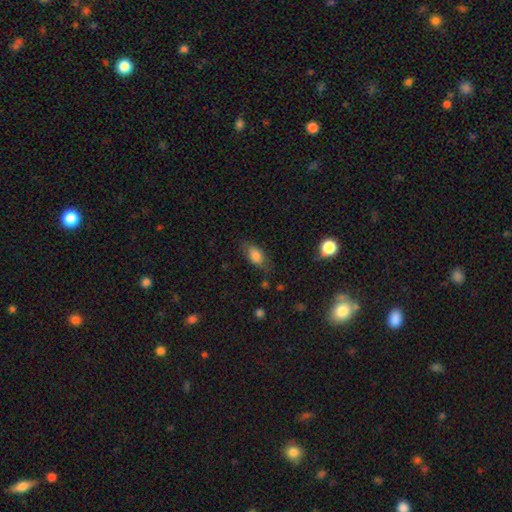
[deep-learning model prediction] This appears to be a smooth galaxy with no disk features (79%) that is in between round and cigar-shaped (86%). Merging: none (70%).